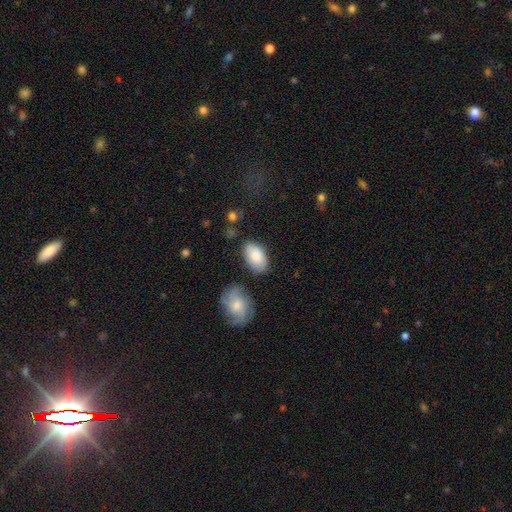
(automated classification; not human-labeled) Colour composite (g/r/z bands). It shows a smooth galaxy with no disk features (84%) that is in between round and cigar-shaped (94%). Merging: none (73%).